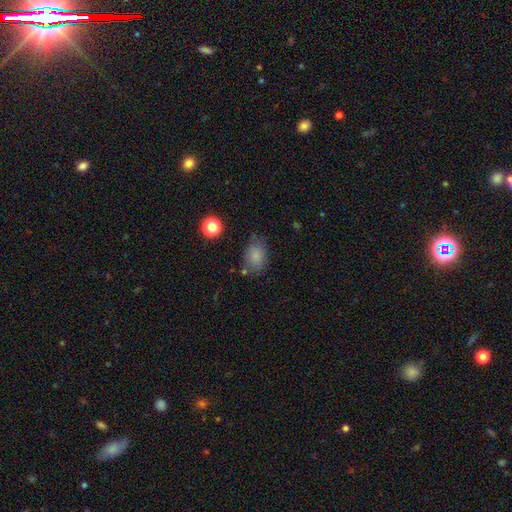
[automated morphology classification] Q: Smooth or featured?
A: smooth (83%); runner-up: star or artifact (10%)
Q: How rounded?
A: in between (76%); runner-up: round (23%)
Q: Merging?
A: none (72%); runner-up: minor disturbance (18%)